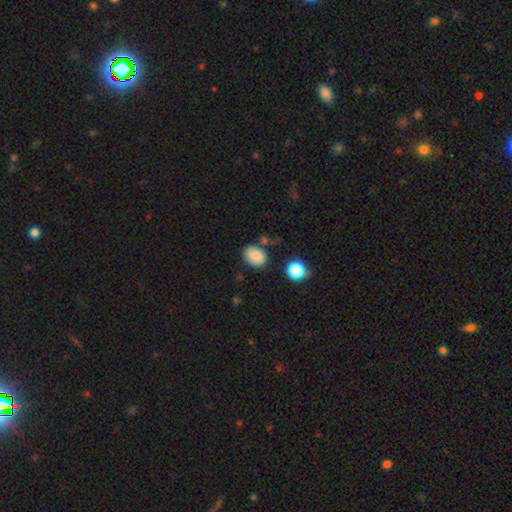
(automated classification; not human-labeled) Q: Smooth or featured?
A: smooth (76%); runner-up: featured or disk (15%)
Q: How rounded?
A: in between (65%); runner-up: round (34%)
Q: Merging?
A: none (74%); runner-up: minor disturbance (16%)